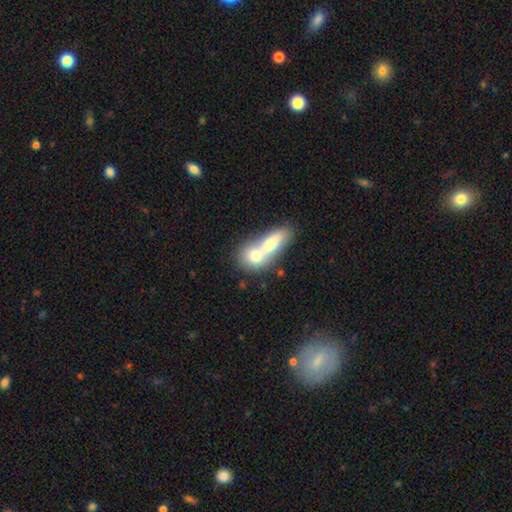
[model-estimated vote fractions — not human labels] Q: Smooth or featured?
A: smooth (68%); runner-up: featured or disk (25%)
Q: How rounded?
A: in between (54%); runner-up: round (31%)
Q: Merging?
A: merger (72%); runner-up: none (19%)